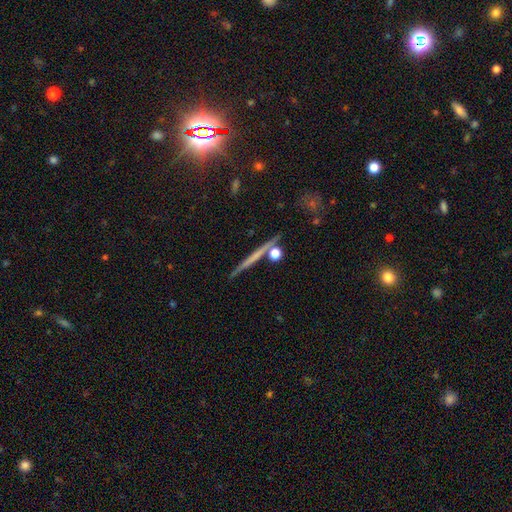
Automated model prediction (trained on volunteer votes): Smooth or featured?
  - featured or disk: 54% *
  - smooth: 36%
  - star or artifact: 11%
Edge-on disk?
  - yes: 97% *
  - no: 3%
Edge-on bulge?
  - none: 82% *
  - rounded: 13%
  - boxy: 5%
Merging?
  - none: 87% *
  - minor disturbance: 7%
  - merger: 4%
  - major disturbance: 2%